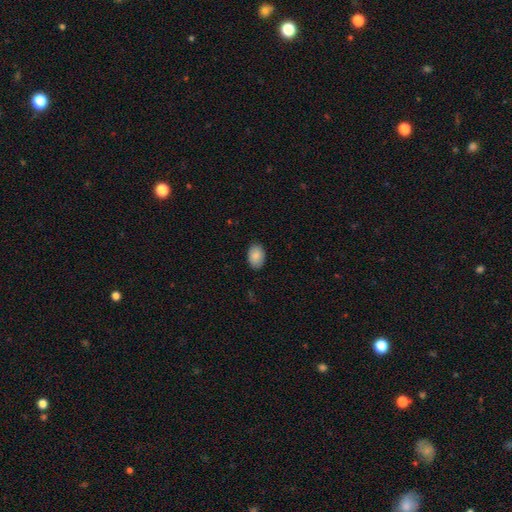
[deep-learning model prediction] Q: Smooth or featured?
A: smooth (88%); runner-up: star or artifact (7%)
Q: How rounded?
A: in between (85%); runner-up: round (14%)
Q: Merging?
A: none (87%); runner-up: minor disturbance (10%)